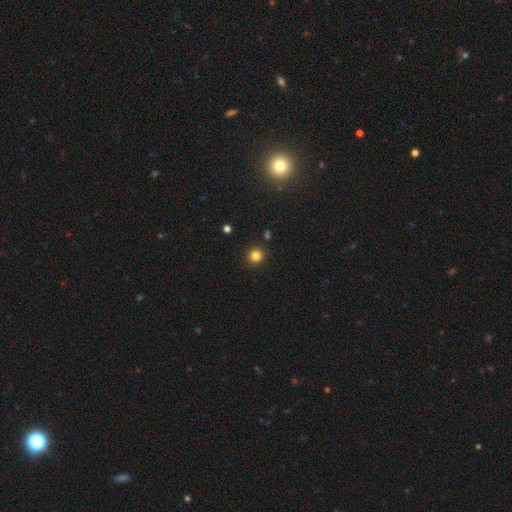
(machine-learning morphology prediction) Smooth or featured? smooth (81%)
How rounded? round (94%)
Merging? none (91%)